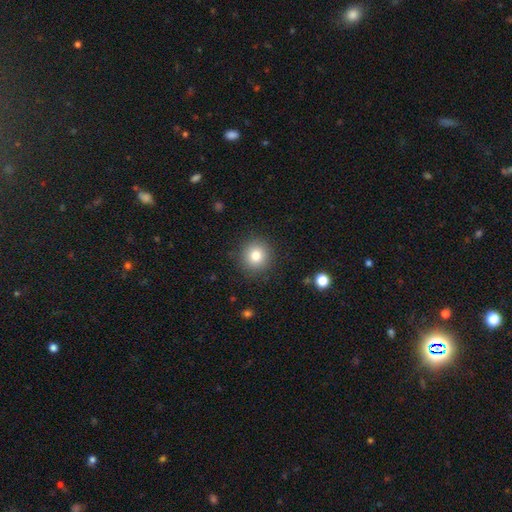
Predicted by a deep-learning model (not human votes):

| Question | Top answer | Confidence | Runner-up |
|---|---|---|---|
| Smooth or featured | smooth | 81% | star or artifact (11%) |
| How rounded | round | 91% | in between (8%) |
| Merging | none | 89% | minor disturbance (7%) |